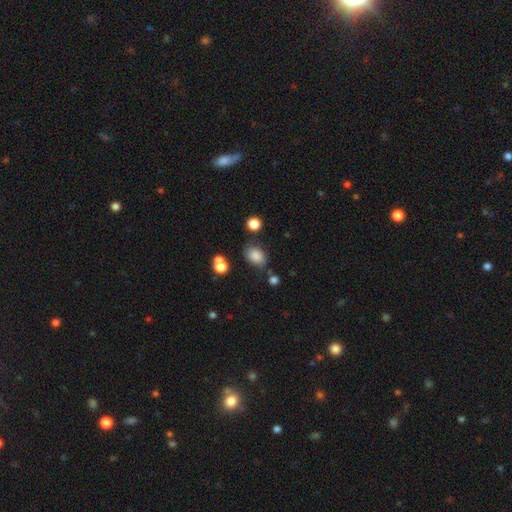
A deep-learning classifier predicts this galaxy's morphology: Smooth or featured: smooth — 82% (star or artifact — 11%)
How rounded: in between — 71% (round — 28%)
Merging: none — 67% (minor disturbance — 20%)